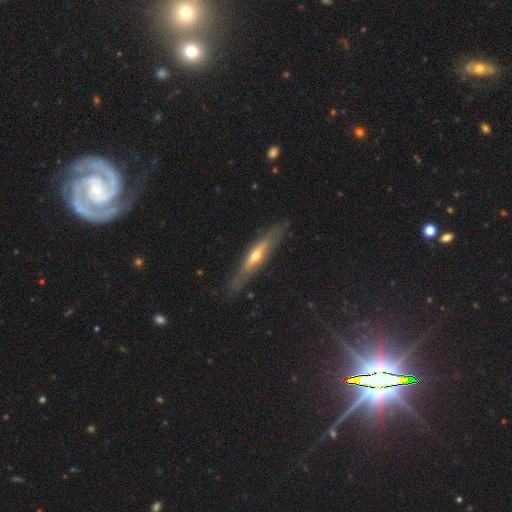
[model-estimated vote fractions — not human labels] smooth_or_featured: featured or disk (p=0.66) [alt: smooth p=0.29]
disk_edge_on: yes (p=0.88) [alt: no p=0.12]
edge_on_bulge: rounded (p=0.84) [alt: none p=0.12]
merging: none (p=0.84) [alt: minor disturbance p=0.12]